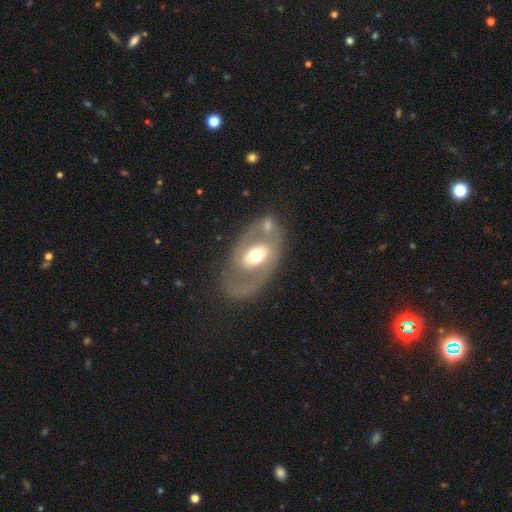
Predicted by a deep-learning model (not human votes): smooth_or_featured: featured or disk (p=0.68) [alt: smooth p=0.26]
disk_edge_on: no (p=0.92) [alt: yes p=0.08]
bar: no (p=0.41) [alt: weak p=0.35]
has_spiral_arms: no (p=0.52) [alt: yes p=0.48]
bulge_size: moderate (p=0.66) [alt: large p=0.21]
merging: none (p=0.66) [alt: minor disturbance p=0.16]